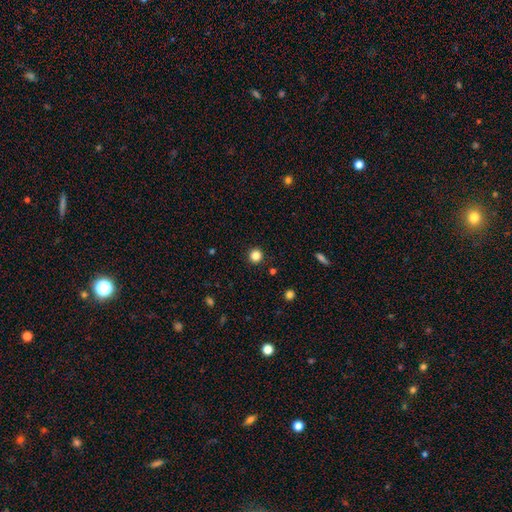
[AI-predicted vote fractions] This is clearly a smooth galaxy (83%). How rounded: clearly round (95%). Merging: clearly none (93%).